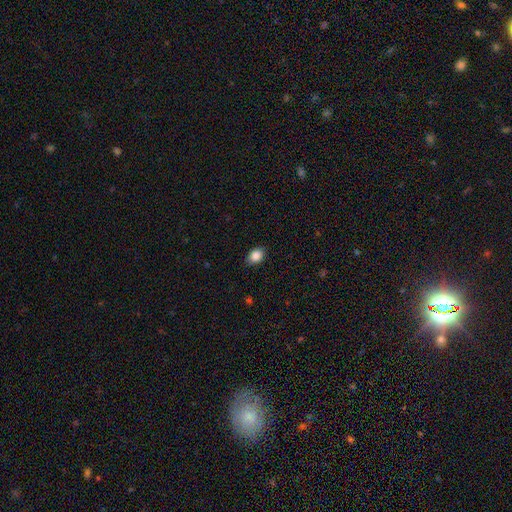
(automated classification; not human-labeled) A smooth galaxy with no disk features (86%) that is in between round and cigar-shaped (71%).

Vote fractions:
- Smooth or featured? smooth: 86% / star or artifact: 9% / featured or disk: 5%
- How rounded? in between: 71% / round: 28% / cigar-shaped: 1%
- Merging? none: 85% / minor disturbance: 12% / major disturbance: 2% / merger: 1%